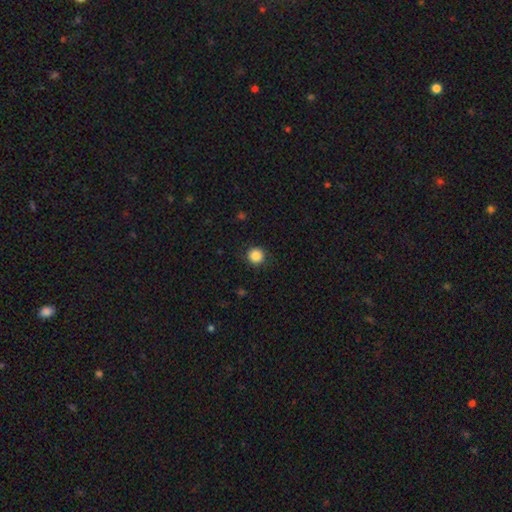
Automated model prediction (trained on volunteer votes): smooth-or-featured: smooth: 86% | star or artifact: 11% | featured or disk: 3%
  how-rounded: round: 95% | in between: 4% | cigar-shaped: 1%
  merging: none: 91% | minor disturbance: 6% | major disturbance: 2% | merger: 1%